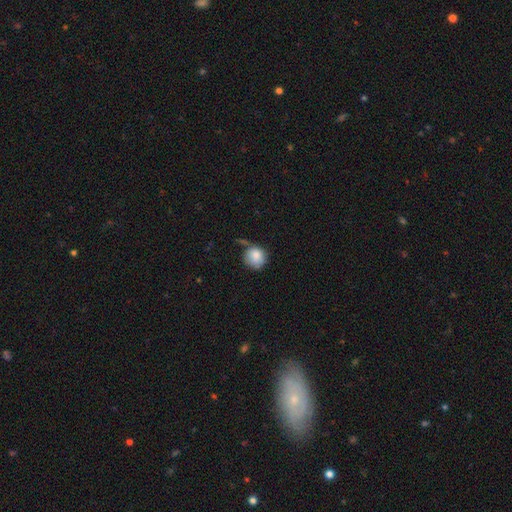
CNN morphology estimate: A smooth galaxy with no disk features (81%) that is round (87%). Merging: none (52%).